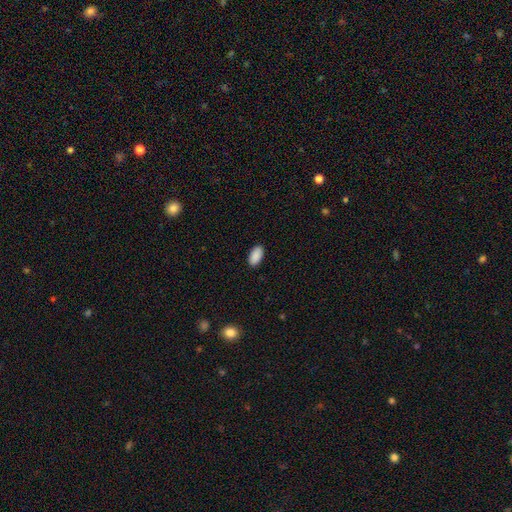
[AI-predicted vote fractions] This is clearly a smooth galaxy (90%). How rounded: clearly in between (95%). Merging: clearly none (89%).